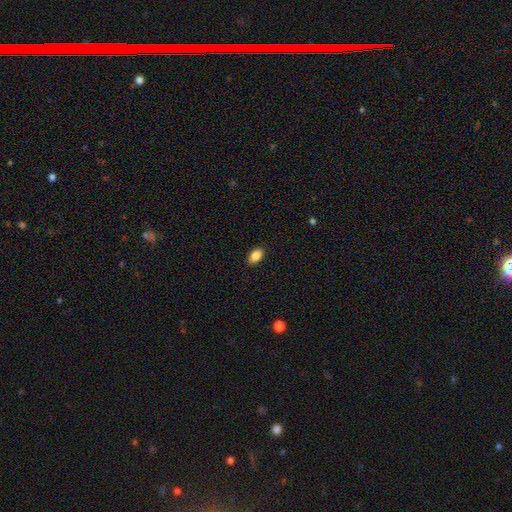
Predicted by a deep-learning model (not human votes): The model was most divided on "smooth or featured": smooth: 87%, star or artifact: 8%, featured or disk: 5%. More confident: merging — none (90%); how rounded — in between (89%).